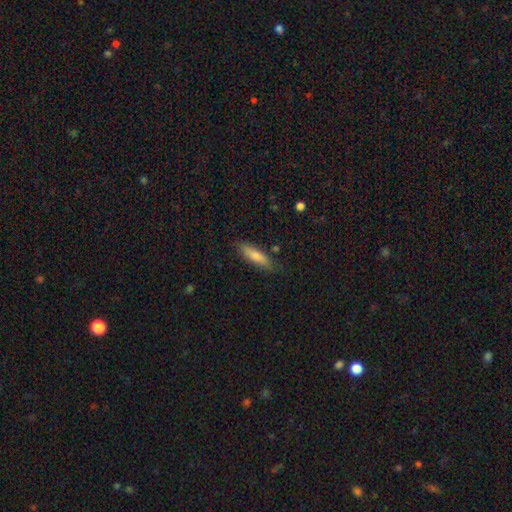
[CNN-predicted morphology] Smooth or featured: smooth — 80% (featured or disk — 14%)
How rounded: cigar-shaped — 64% (in between — 35%)
Merging: none — 81% (minor disturbance — 15%)